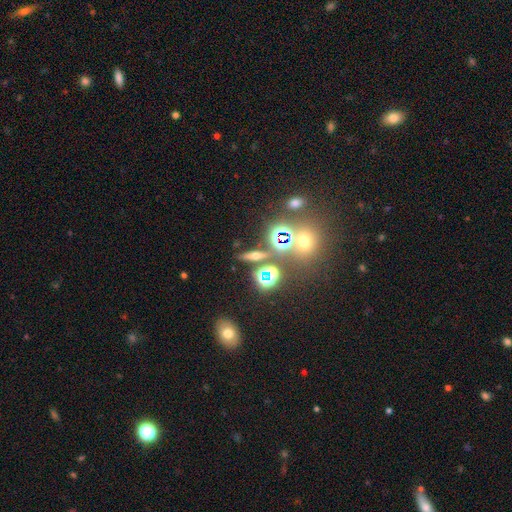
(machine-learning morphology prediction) A featured or disk galaxy (36%).

Vote fractions:
- Smooth or featured? featured or disk: 36% / star or artifact: 33% / smooth: 31%
- Merging? none: 81% / minor disturbance: 8% / merger: 6% / major disturbance: 4%